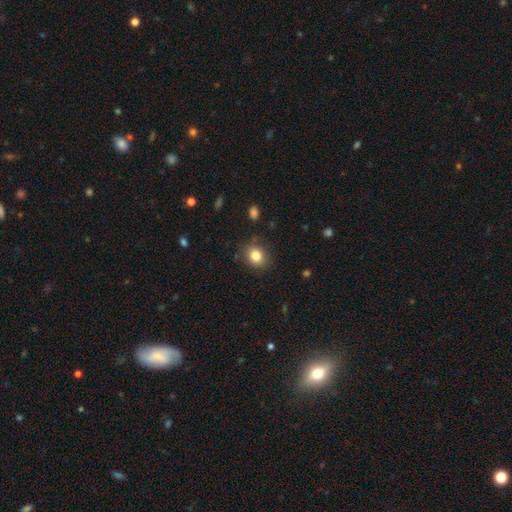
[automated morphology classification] A smooth galaxy with no disk features (82%) that is round (60%).

Vote fractions:
- Smooth or featured? smooth: 82% / star or artifact: 10% / featured or disk: 7%
- How rounded? round: 60% / in between: 39% / cigar-shaped: 1%
- Merging? none: 82% / minor disturbance: 13% / major disturbance: 4% / merger: 2%